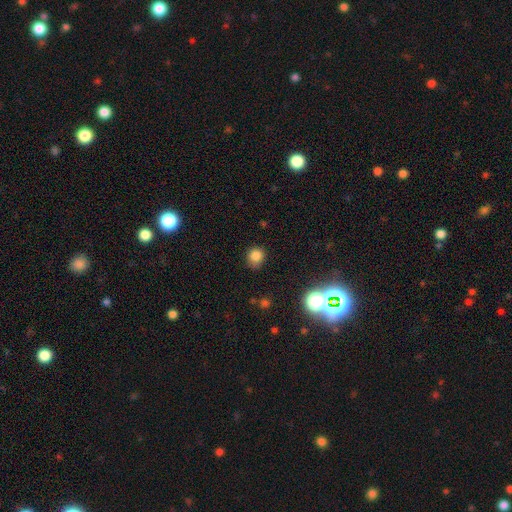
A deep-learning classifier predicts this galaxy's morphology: The model was most divided on "merging": none: 77%, minor disturbance: 17%, major disturbance: 4%, merger: 2%. More confident: smooth or featured — smooth (81%); how rounded — round (80%).